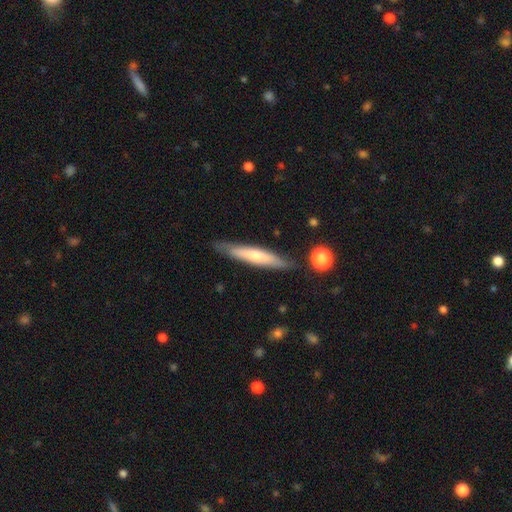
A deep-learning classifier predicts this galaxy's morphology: Overall: smooth (56%; featured or disk 38%). How rounded: cigar-shaped (87%). Merging: none (80%).